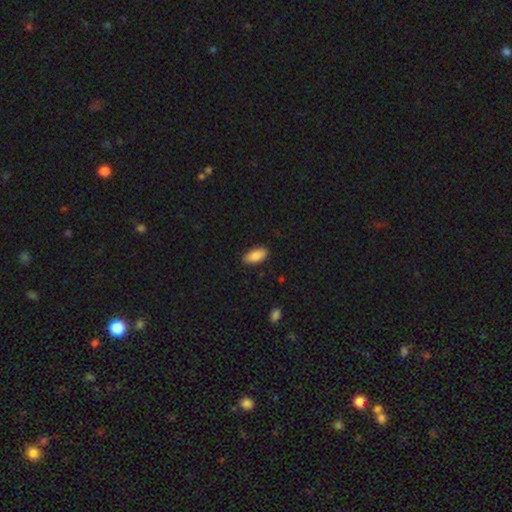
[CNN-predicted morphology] The model was most divided on "merging": none: 87%, minor disturbance: 10%, major disturbance: 2%, merger: 1%. More confident: how rounded — in between (89%); smooth or featured — smooth (86%).